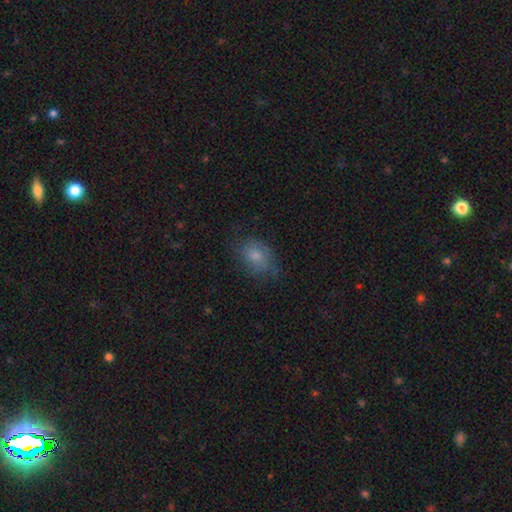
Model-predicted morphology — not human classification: The model was most divided on "smooth or featured": smooth: 59%, featured or disk: 27%, star or artifact: 14%. More confident: how rounded — in between (70%); merging — none (67%).